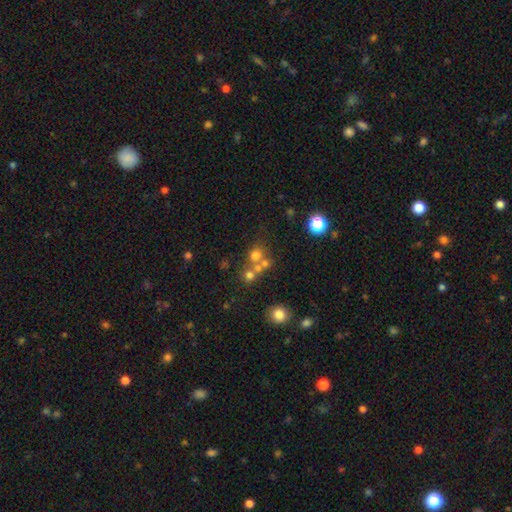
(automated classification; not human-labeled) Smooth or featured? Predicted: smooth (p=0.62). How rounded? Predicted: round (p=0.83). Merging? Predicted: none (p=0.46).